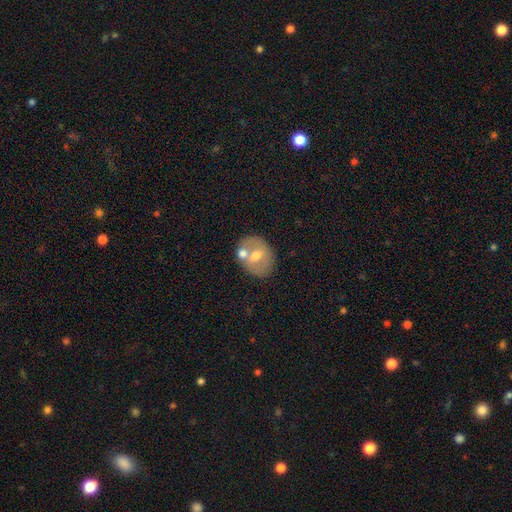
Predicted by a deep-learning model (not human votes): Smooth or featured?
  - smooth: 51% *
  - featured or disk: 41%
  - star or artifact: 8%
How rounded?
  - in between: 55% *
  - round: 44%
  - cigar-shaped: 1%
Merging?
  - none: 62% *
  - merger: 22%
  - minor disturbance: 12%
  - major disturbance: 4%